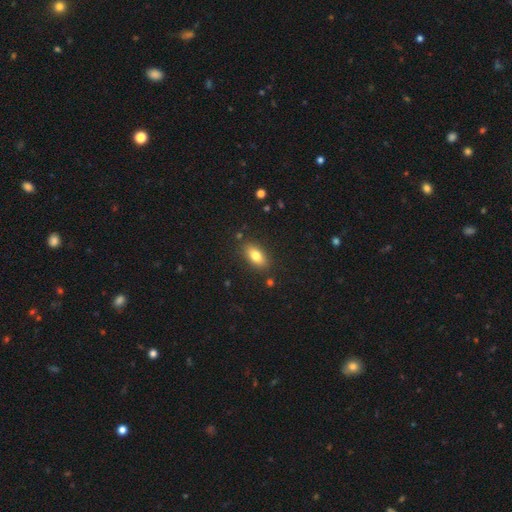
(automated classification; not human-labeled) The model was most divided on "smooth or featured": smooth: 79%, featured or disk: 13%, star or artifact: 8%. More confident: how rounded — in between (87%); merging — none (85%).